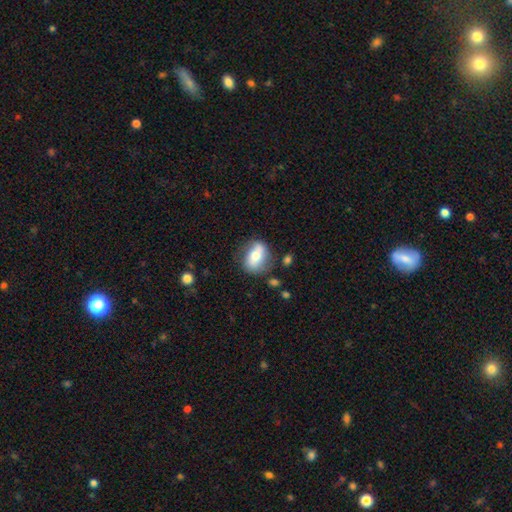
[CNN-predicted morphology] The model was most divided on "smooth or featured": smooth: 60%, featured or disk: 32%, star or artifact: 8%. More confident: merging — none (69%); how rounded — in between (64%).